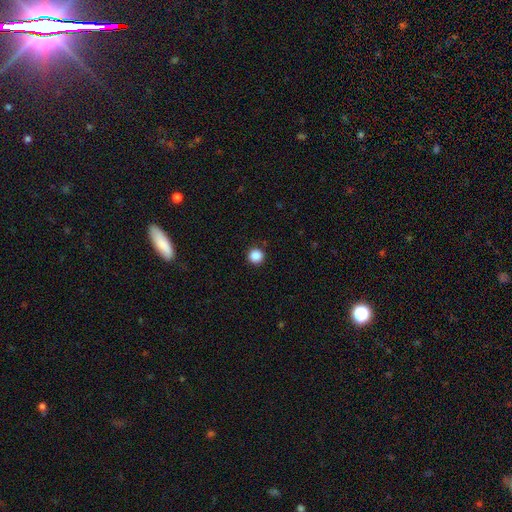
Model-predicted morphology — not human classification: The model was most divided on "smooth or featured": smooth: 88%, star or artifact: 10%, featured or disk: 2%. More confident: how rounded — round (96%); merging — none (93%).